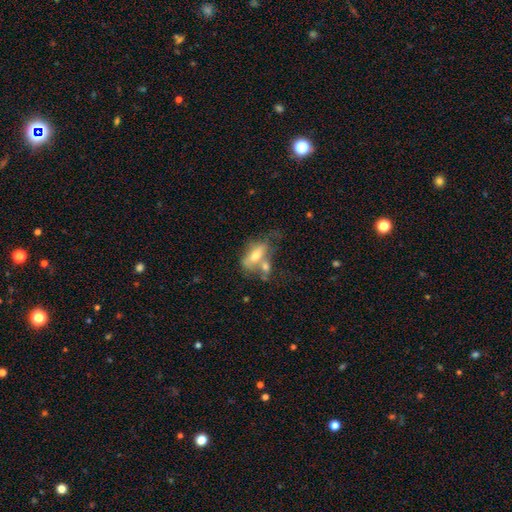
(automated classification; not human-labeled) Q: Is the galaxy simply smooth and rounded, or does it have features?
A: smooth — 54%.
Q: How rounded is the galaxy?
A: in between — 76%.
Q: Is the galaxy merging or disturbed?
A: merger — 42%.